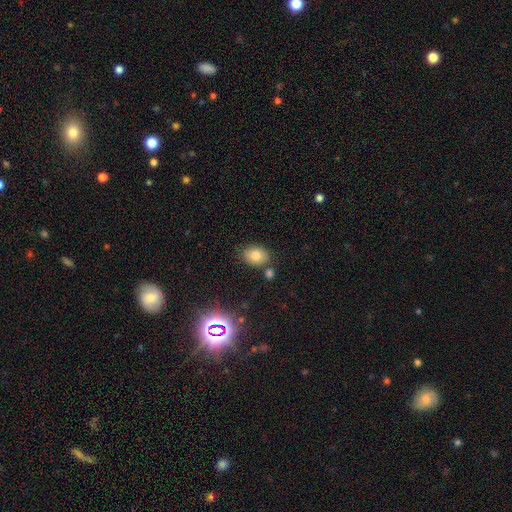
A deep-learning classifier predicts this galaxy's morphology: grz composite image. It shows a smooth galaxy with no disk features (79%) that is in between round and cigar-shaped (77%). Merging: none (75%).